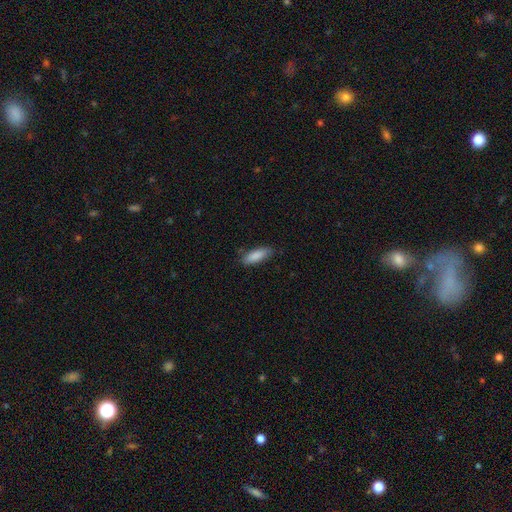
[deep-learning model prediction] Smooth or featured?
  - smooth: 88% *
  - featured or disk: 6%
  - star or artifact: 6%
How rounded?
  - in between: 65% *
  - cigar-shaped: 33%
  - round: 2%
Merging?
  - none: 80% *
  - minor disturbance: 16%
  - major disturbance: 3%
  - merger: 1%